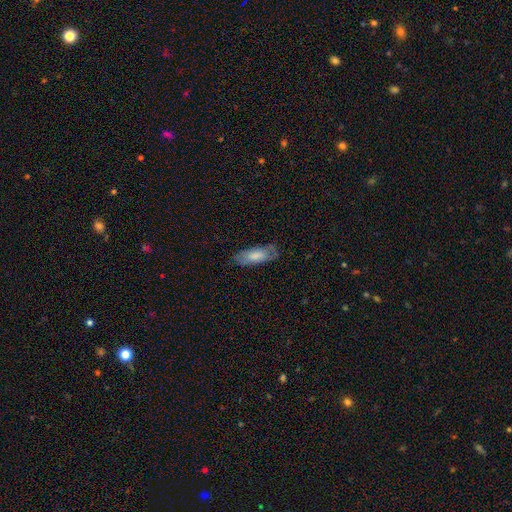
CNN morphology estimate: This is likely a smooth galaxy (72%). How rounded: likely in between (72%). Merging: likely none (70%).